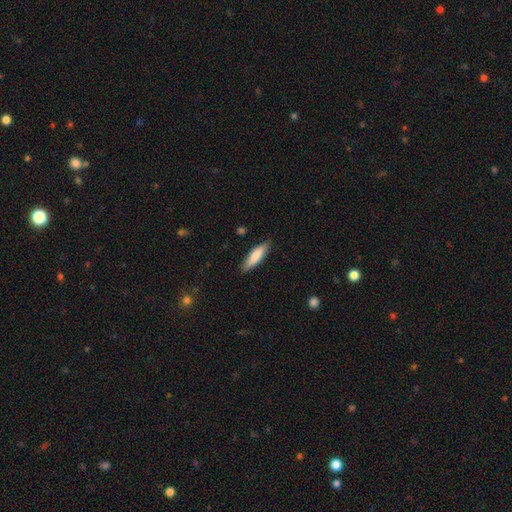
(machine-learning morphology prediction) Smooth or featured: smooth — 78% (featured or disk — 17%)
How rounded: cigar-shaped — 68% (in between — 30%)
Merging: none — 86% (minor disturbance — 11%)